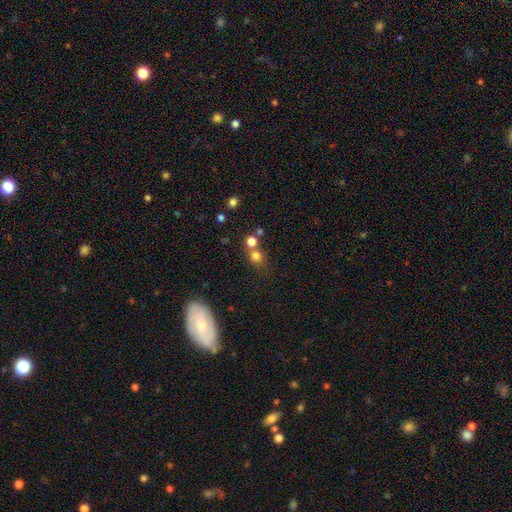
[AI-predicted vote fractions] smooth 77%, star or artifact 15%, featured or disk 8%. Down the decision tree: how rounded — round (81%); merging — none (55%).